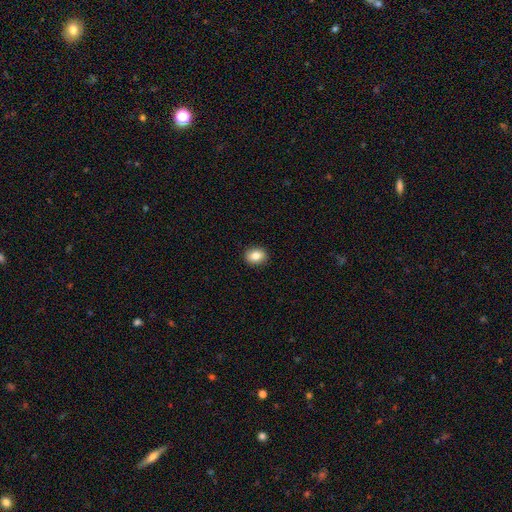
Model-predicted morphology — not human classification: Smooth or featured: smooth — 83% (star or artifact — 9%)
How rounded: in between — 51% (round — 47%)
Merging: none — 90% (minor disturbance — 7%)